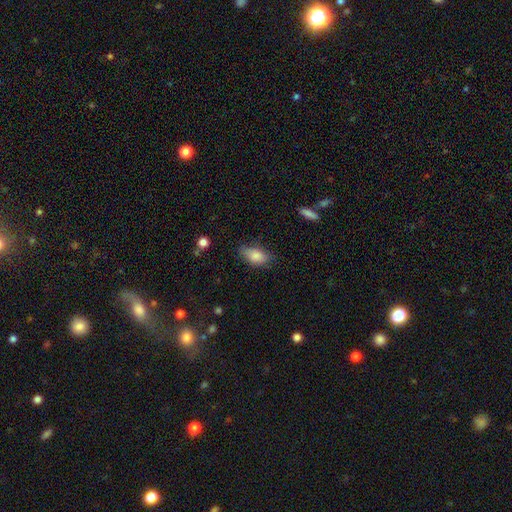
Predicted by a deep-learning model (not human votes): Smooth or featured? Predicted: smooth (p=0.84). How rounded? Predicted: in between (p=0.89). Merging? Predicted: none (p=0.70).